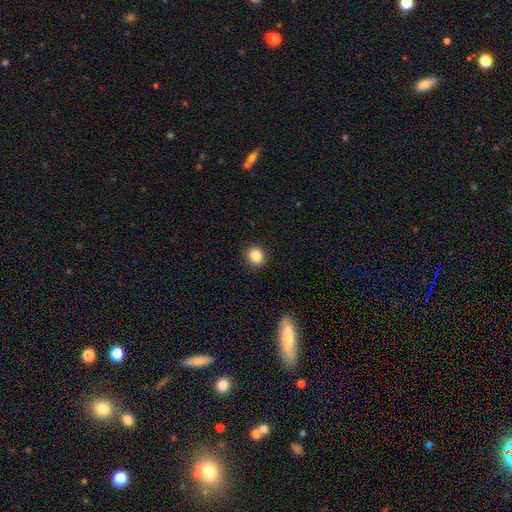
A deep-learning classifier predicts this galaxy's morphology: Smooth or featured: smooth — 86% (star or artifact — 10%)
How rounded: round — 79% (in between — 20%)
Merging: none — 89% (minor disturbance — 7%)